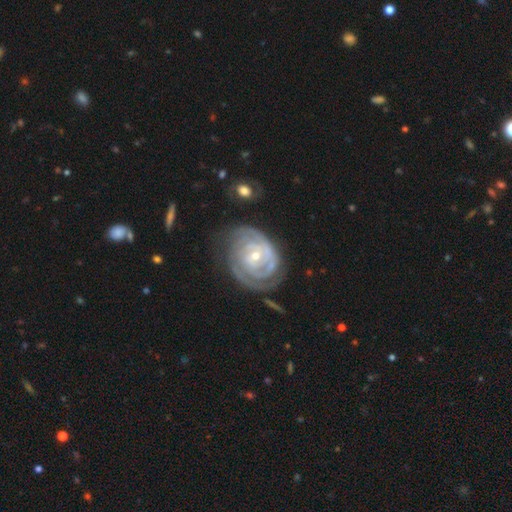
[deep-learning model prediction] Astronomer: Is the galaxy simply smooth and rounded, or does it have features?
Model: featured or disk — 90%.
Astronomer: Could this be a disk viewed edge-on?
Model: no — 97%.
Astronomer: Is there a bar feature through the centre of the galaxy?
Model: no — 61%.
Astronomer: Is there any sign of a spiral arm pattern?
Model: yes — 97%.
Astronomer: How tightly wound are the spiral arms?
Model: tight — 81%.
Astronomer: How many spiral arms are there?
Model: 2 — 35% (runner-up: can't tell, 23%).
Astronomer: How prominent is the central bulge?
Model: small — 63%.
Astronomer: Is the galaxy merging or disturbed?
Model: none — 67%.